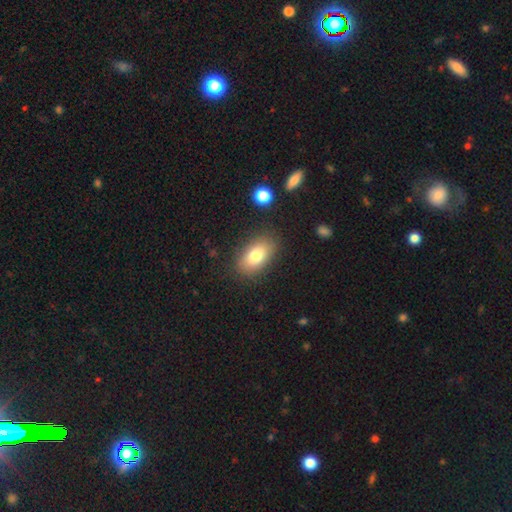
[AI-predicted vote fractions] Smooth or featured?
  - smooth: 79% *
  - featured or disk: 12%
  - star or artifact: 8%
How rounded?
  - in between: 90% *
  - round: 7%
  - cigar-shaped: 2%
Merging?
  - none: 84% *
  - minor disturbance: 10%
  - major disturbance: 4%
  - merger: 2%